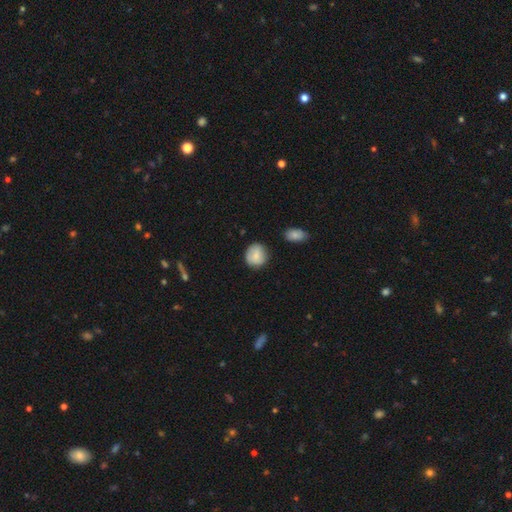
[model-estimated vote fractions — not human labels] The model was most divided on "smooth or featured": smooth: 75%, featured or disk: 18%, star or artifact: 7%. More confident: how rounded — round (83%); merging — none (78%).